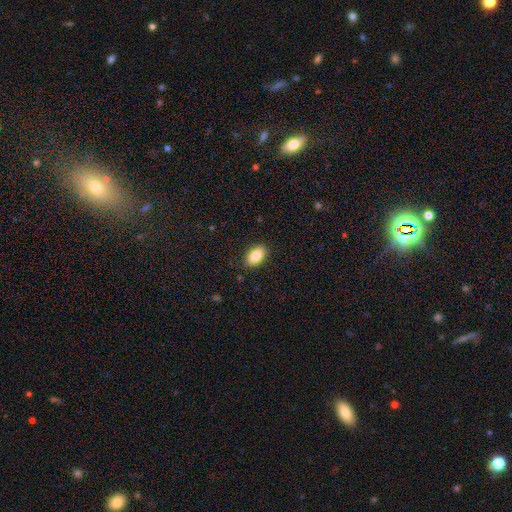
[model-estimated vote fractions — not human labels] A smooth galaxy with no disk features (85%) that is in between round and cigar-shaped (90%). Merging: none (88%).